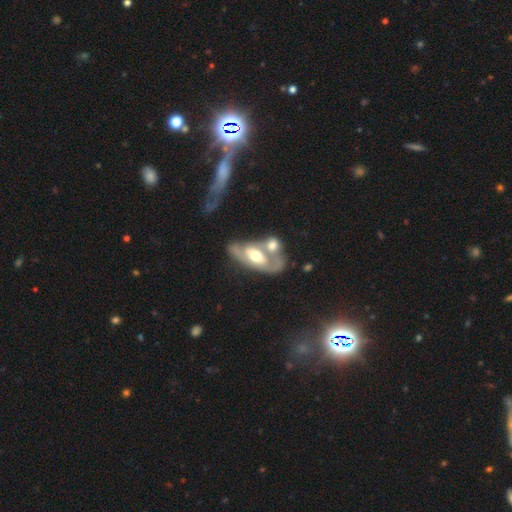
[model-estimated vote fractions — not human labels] Smooth or featured? Predicted: featured or disk (p=0.69). Edge-on disk? Predicted: no (p=0.87). Bar? Predicted: no (p=0.59). Spiral arms? Predicted: yes (p=0.56). Bulge size? Predicted: moderate (p=0.70). Merging? Predicted: merger (p=0.52).